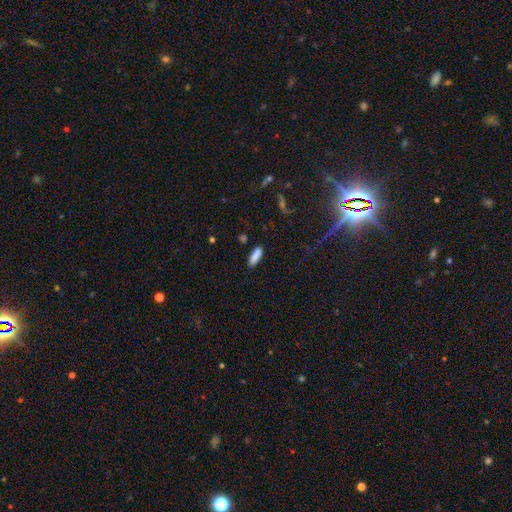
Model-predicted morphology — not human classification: A smooth galaxy with no disk features (87%) that is cigar-shaped (52%).

Vote fractions:
- Smooth or featured? smooth: 87% / star or artifact: 7% / featured or disk: 6%
- How rounded? cigar-shaped: 52% / in between: 46% / round: 2%
- Merging? none: 85% / minor disturbance: 11% / major disturbance: 2% / merger: 2%